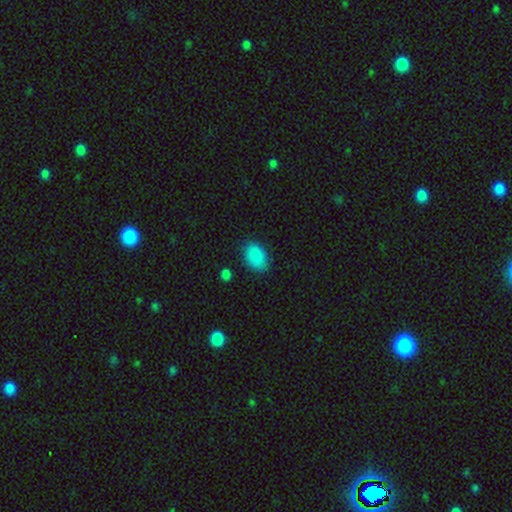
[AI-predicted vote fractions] smooth-or-featured: smooth: 88% | star or artifact: 8% | featured or disk: 4%
  how-rounded: in between: 87% | round: 12% | cigar-shaped: 1%
  merging: none: 82% | minor disturbance: 13% | major disturbance: 3% | merger: 2%